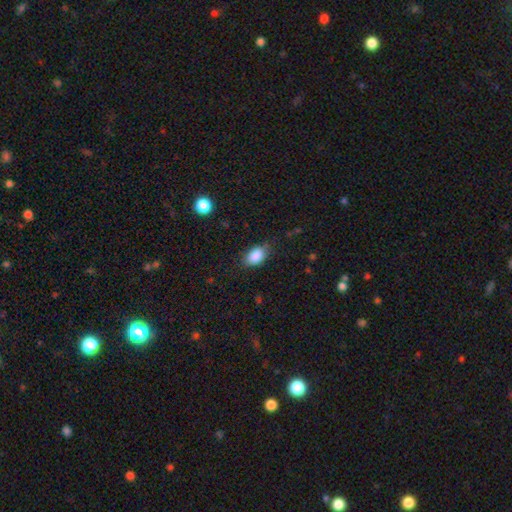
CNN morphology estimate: smooth_or_featured: smooth (p=0.87) [alt: star or artifact p=0.08]
how_rounded: in between (p=0.86) [alt: round p=0.11]
merging: none (p=0.74) [alt: minor disturbance p=0.20]